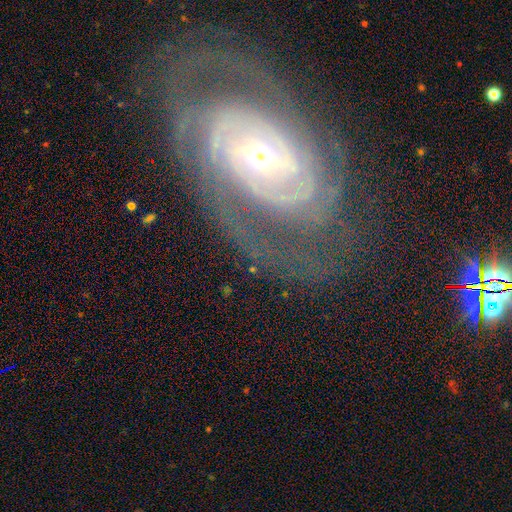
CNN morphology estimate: smooth_or_featured: featured or disk (p=0.88) [alt: star or artifact p=0.06]
disk_edge_on: no (p=0.96) [alt: yes p=0.04]
bar: no (p=0.45) [alt: weak p=0.35]
has_spiral_arms: yes (p=0.97) [alt: no p=0.03]
spiral_winding: tight (p=0.73) [alt: medium p=0.23]
spiral_arm_count: 2 (p=0.35) [alt: can't tell p=0.24]
bulge_size: small (p=0.60) [alt: moderate p=0.36]
merging: none (p=0.70) [alt: minor disturbance p=0.17]